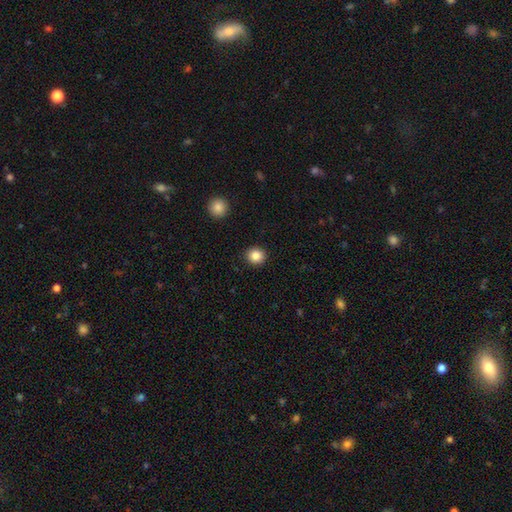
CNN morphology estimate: Q: Smooth or featured?
A: smooth (85%); runner-up: star or artifact (10%)
Q: How rounded?
A: round (89%); runner-up: in between (11%)
Q: Merging?
A: none (92%); runner-up: minor disturbance (5%)